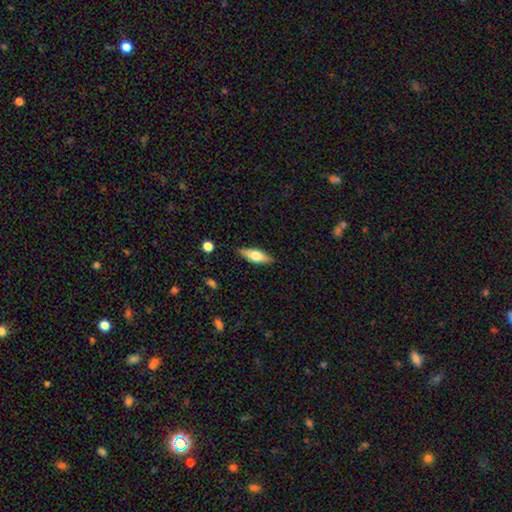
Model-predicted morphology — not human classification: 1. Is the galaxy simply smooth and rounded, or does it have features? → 58% smooth, 36% featured or disk, 6% star or artifact.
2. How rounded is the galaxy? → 61% in between, 36% cigar-shaped, 3% round.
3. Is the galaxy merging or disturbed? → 87% none, 10% minor disturbance, 2% major disturbance, 1% merger.